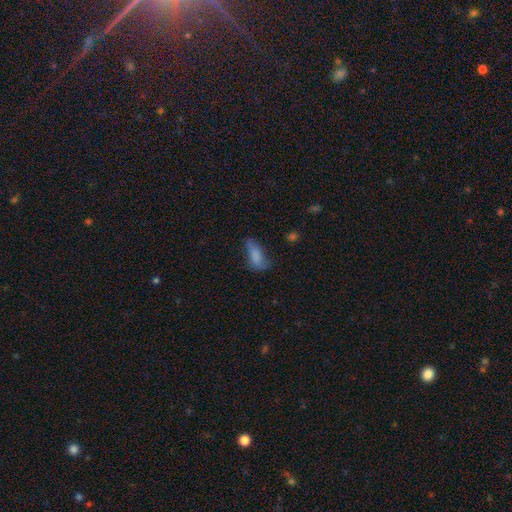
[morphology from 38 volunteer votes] Q: Smooth or featured?
A: smooth (76%); runner-up: featured or disk (18%)
Q: How rounded?
A: in between (93%); runner-up: round (3%)
Q: Merging?
A: minor disturbance (36%); runner-up: none (31%)